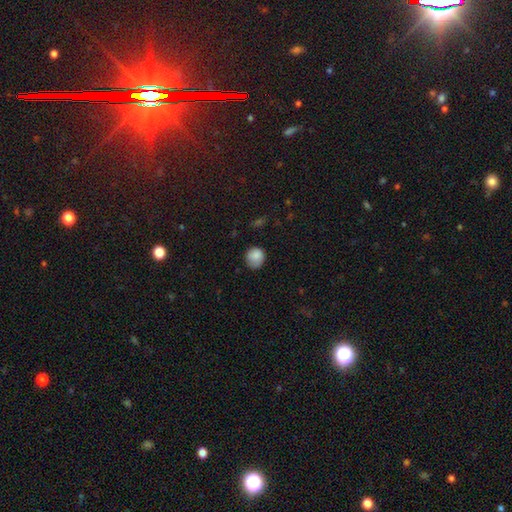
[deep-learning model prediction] Smooth or featured? Predicted: smooth (p=0.85). How rounded? Predicted: round (p=0.81). Merging? Predicted: none (p=0.66).